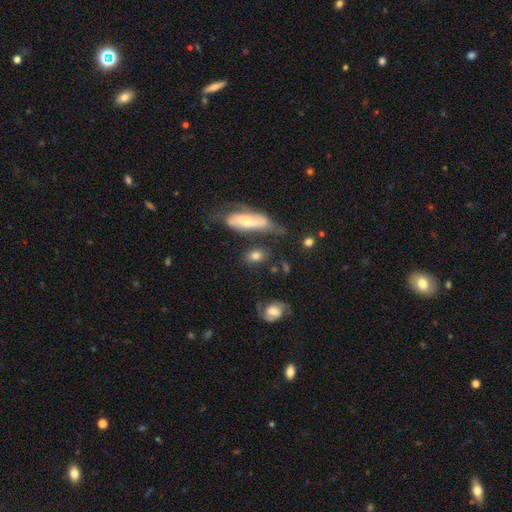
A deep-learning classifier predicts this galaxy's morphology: Smooth or featured? smooth (71%)
How rounded? in between (74%)
Merging? none (56%)